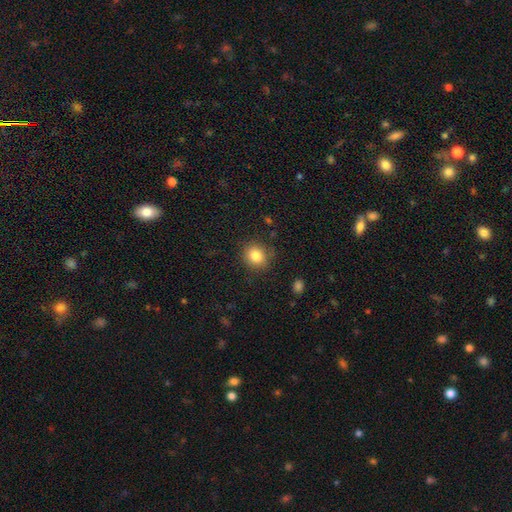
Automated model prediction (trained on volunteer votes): A smooth galaxy with no disk features (83%) that is round (77%). Merging: none (85%).